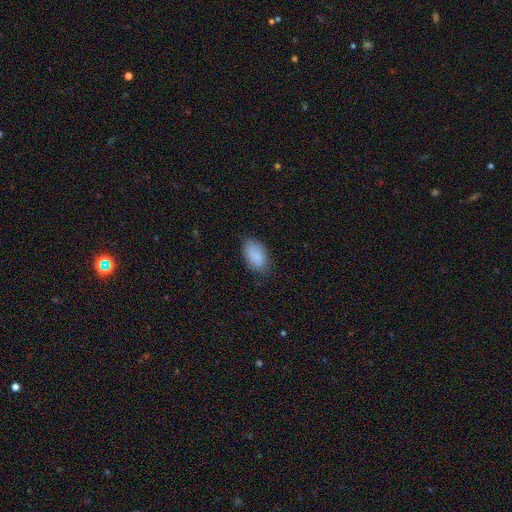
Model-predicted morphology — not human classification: Smooth or featured?
  - smooth: 88% *
  - star or artifact: 6%
  - featured or disk: 5%
How rounded?
  - in between: 94% *
  - round: 4%
  - cigar-shaped: 2%
Merging?
  - none: 77% *
  - minor disturbance: 18%
  - major disturbance: 4%
  - merger: 1%